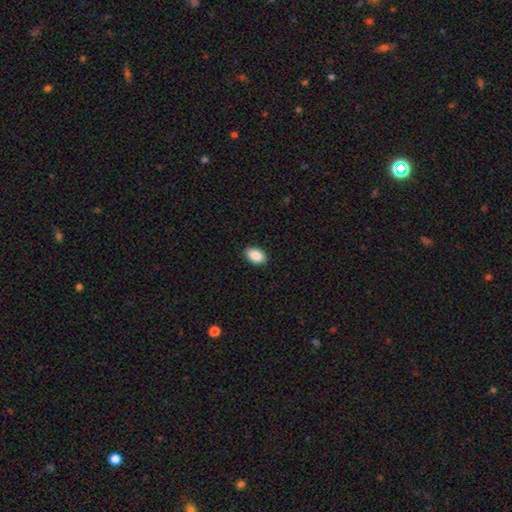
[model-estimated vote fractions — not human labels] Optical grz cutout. It shows a smooth galaxy with no disk features (90%) that is in between round and cigar-shaped (91%). Merging: none (89%).